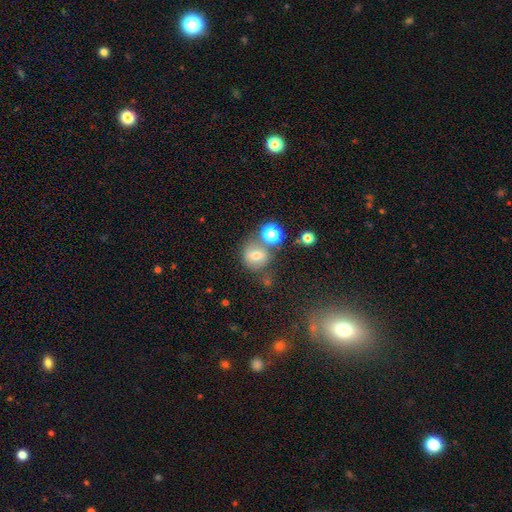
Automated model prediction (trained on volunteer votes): The model was most divided on "merging": none: 55%, merger: 22%, minor disturbance: 16%, major disturbance: 7%. More confident: how rounded — round (71%); smooth or featured — smooth (66%).